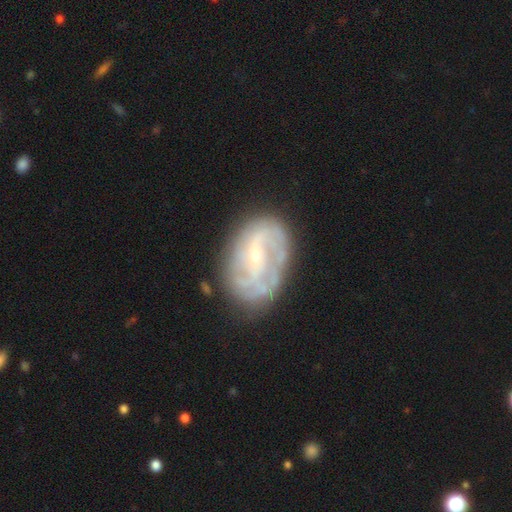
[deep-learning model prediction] Smooth or featured? Predicted: featured or disk (p=0.78). Edge-on disk? Predicted: no (p=0.97). Bar? Predicted: weak (p=0.49). Spiral arms? Predicted: yes (p=0.81). Spiral winding? Predicted: tight (p=0.39). Spiral arm count? Predicted: 2 (p=0.40). Bulge size? Predicted: small (p=0.73). Merging? Predicted: none (p=0.64).